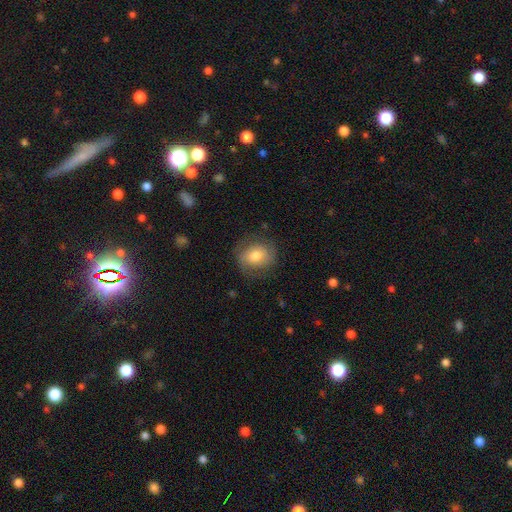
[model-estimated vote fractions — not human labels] Smooth or featured? smooth (67%)
How rounded? round (62%)
Merging? none (74%)